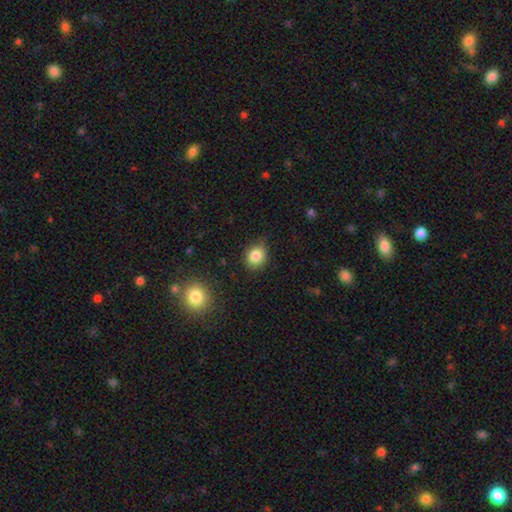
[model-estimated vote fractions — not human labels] Smooth or featured? Predicted: smooth (p=0.84). How rounded? Predicted: round (p=0.67). Merging? Predicted: none (p=0.77).